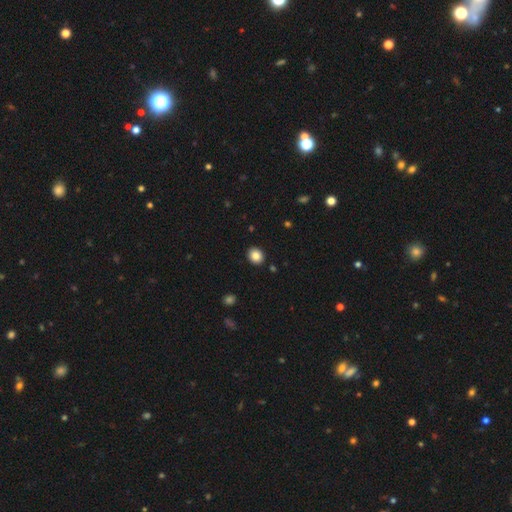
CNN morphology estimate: Smooth or featured? smooth (85%)
How rounded? round (71%)
Merging? none (91%)